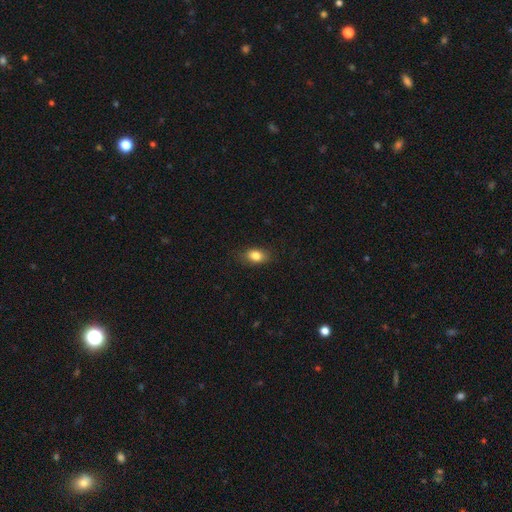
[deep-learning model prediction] smooth_or_featured: smooth (p=0.84) [alt: star or artifact p=0.09]
how_rounded: in between (p=0.81) [alt: round p=0.16]
merging: none (p=0.83) [alt: minor disturbance p=0.13]